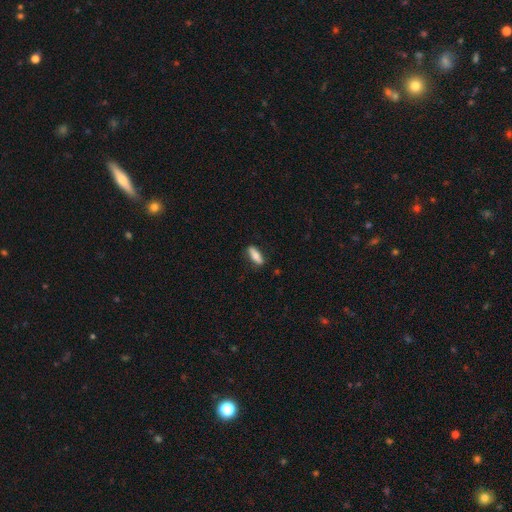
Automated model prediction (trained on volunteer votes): Smooth or featured? Predicted: smooth (p=0.73). How rounded? Predicted: in between (p=0.56). Merging? Predicted: none (p=0.83).